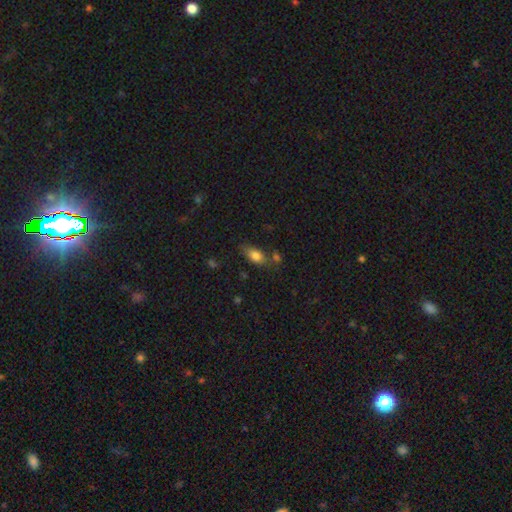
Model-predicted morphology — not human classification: Q: Smooth or featured?
A: smooth (80%); runner-up: featured or disk (11%)
Q: How rounded?
A: in between (83%); runner-up: cigar-shaped (10%)
Q: Merging?
A: none (62%); runner-up: minor disturbance (20%)